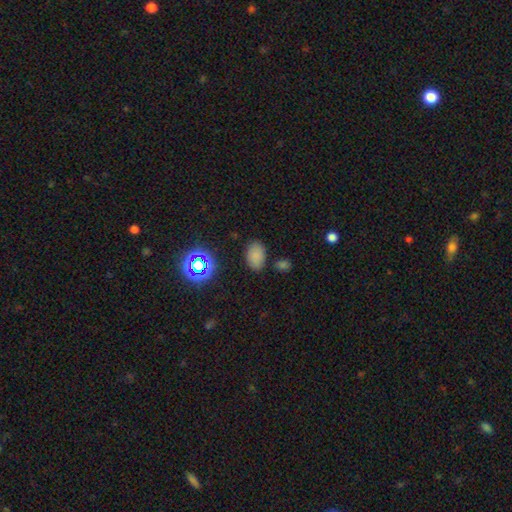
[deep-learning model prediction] smooth 76%, star or artifact 17%, featured or disk 7%. Down the decision tree: how rounded — in between (87%); merging — none (78%).